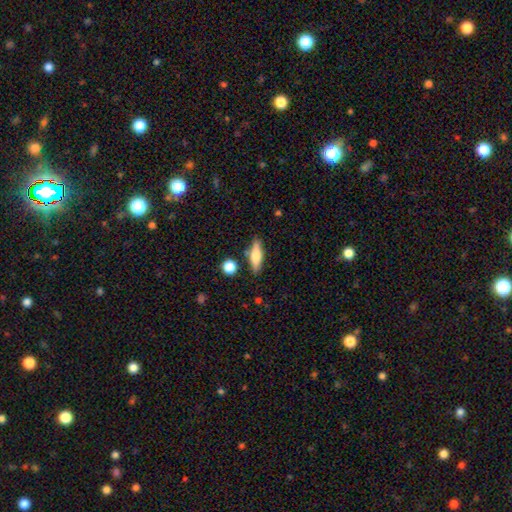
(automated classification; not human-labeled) A smooth galaxy with no disk features (64%) that is cigar-shaped (55%). Merging: none (80%).